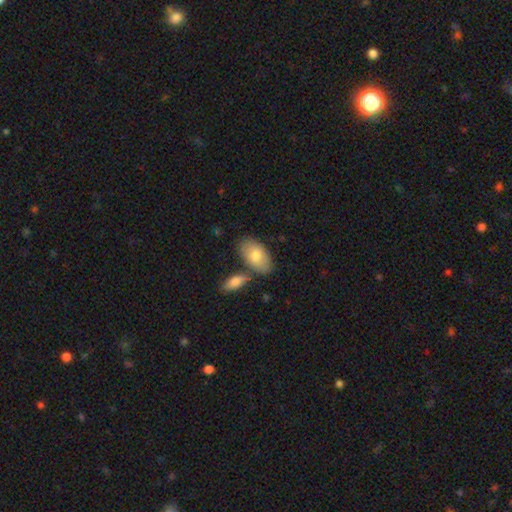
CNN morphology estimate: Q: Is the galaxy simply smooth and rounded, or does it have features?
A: smooth — 78%.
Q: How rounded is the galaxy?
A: in between — 94%.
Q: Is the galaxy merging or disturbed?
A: none — 66%.